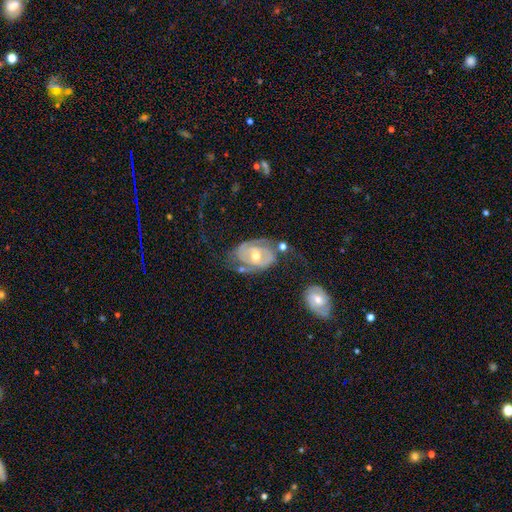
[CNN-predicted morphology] This is likely a featured or disk galaxy (80%). It is clearly not viewed edge-on (96%). Bar: possibly no (51%). Spiral arm pattern: clearly yes (84%). Spiral arm count: likely 2 (64%). Spiral winding: possibly tight (54%). Central bulge: likely moderate (65%). Merging: possibly none (47%).